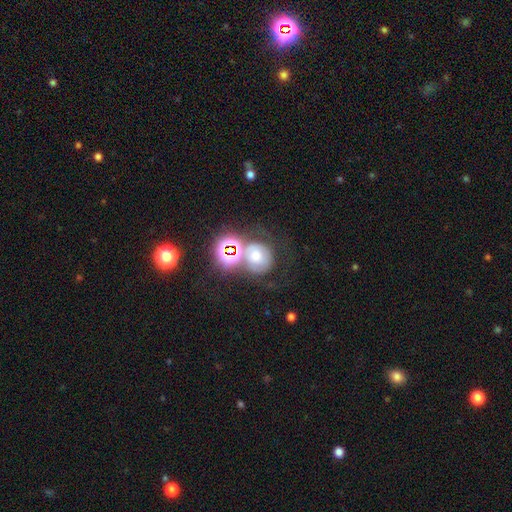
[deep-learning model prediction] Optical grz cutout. It shows a smooth galaxy with no disk features (46%). Merging: none (42%).